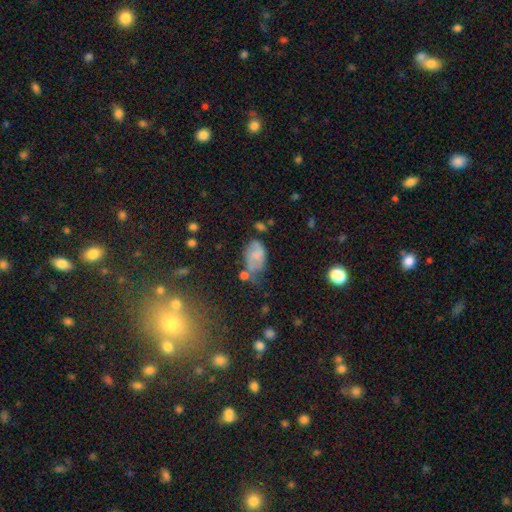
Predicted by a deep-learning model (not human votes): Overall: smooth (65%). How rounded: in between (91%). Merging: none (37%; minor disturbance 34%).